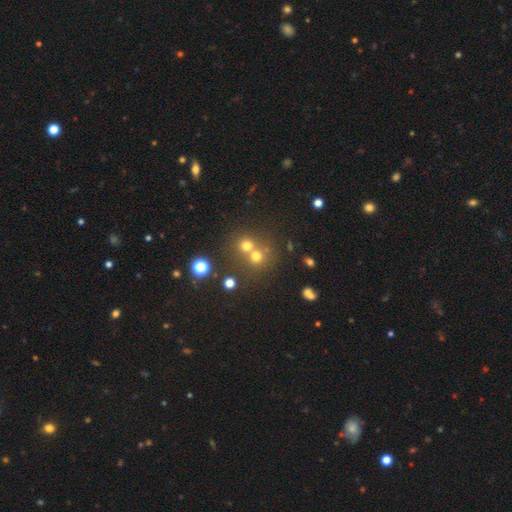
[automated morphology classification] Smooth or featured? Predicted: smooth (p=0.64). How rounded? Predicted: round (p=0.83). Merging? Predicted: merger (p=0.48).